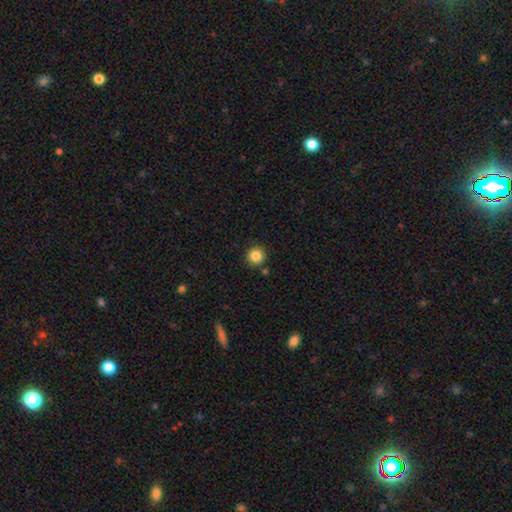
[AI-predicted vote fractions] smooth-or-featured: smooth: 85% | star or artifact: 11% | featured or disk: 4%
  how-rounded: round: 95% | in between: 4% | cigar-shaped: 1%
  merging: none: 88% | minor disturbance: 6% | merger: 4% | major disturbance: 2%